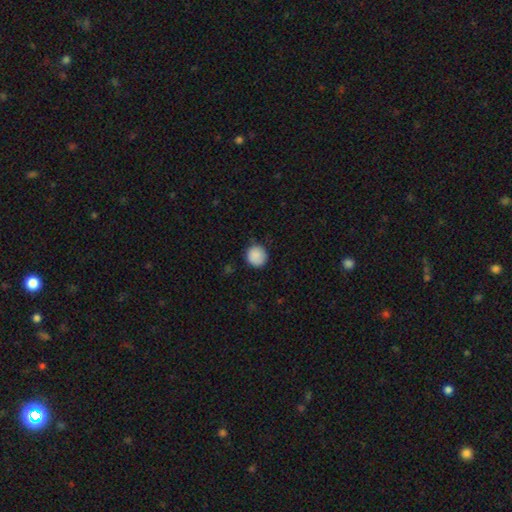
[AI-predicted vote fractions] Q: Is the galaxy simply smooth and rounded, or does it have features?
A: smooth — 88%.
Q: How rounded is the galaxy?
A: round — 92%.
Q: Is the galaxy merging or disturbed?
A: none — 81%.